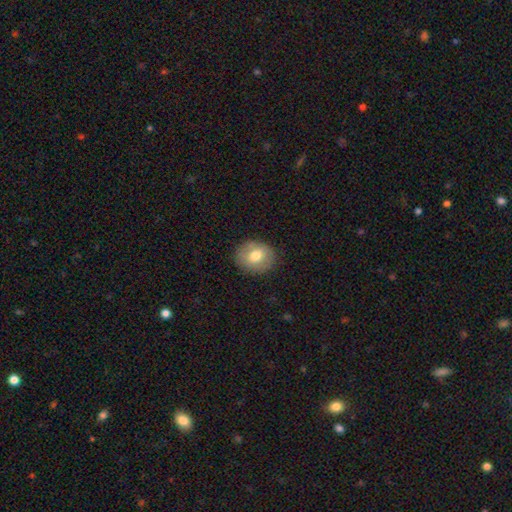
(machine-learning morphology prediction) A smooth galaxy with no disk features (71%) that is round (63%). Merging: none (86%).